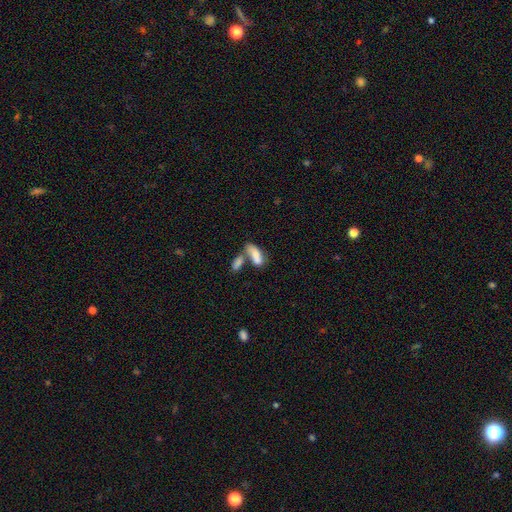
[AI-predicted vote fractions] A smooth galaxy with no disk features (78%) that is in between round and cigar-shaped (80%).

Vote fractions:
- Smooth or featured? smooth: 78% / featured or disk: 15% / star or artifact: 7%
- How rounded? in between: 80% / cigar-shaped: 17% / round: 3%
- Merging? merger: 60% / none: 23% / minor disturbance: 10% / major disturbance: 7%